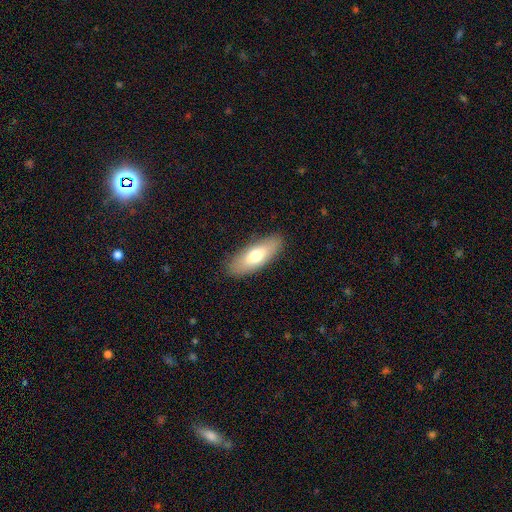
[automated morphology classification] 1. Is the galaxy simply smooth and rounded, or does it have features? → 69% smooth, 24% featured or disk, 6% star or artifact.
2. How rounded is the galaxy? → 69% in between, 29% cigar-shaped, 2% round.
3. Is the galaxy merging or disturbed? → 87% none, 10% minor disturbance, 2% major disturbance, 1% merger.